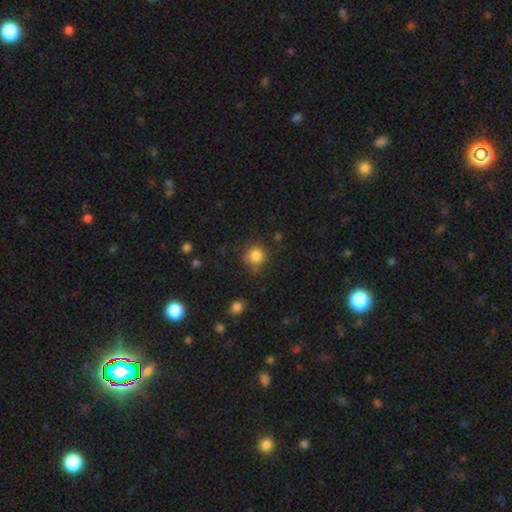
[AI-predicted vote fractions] A smooth galaxy with no disk features (84%) that is round (90%).

Vote fractions:
- Smooth or featured? smooth: 84% / star or artifact: 11% / featured or disk: 5%
- How rounded? round: 90% / in between: 10% / cigar-shaped: 1%
- Merging? none: 74% / minor disturbance: 18% / major disturbance: 5% / merger: 3%